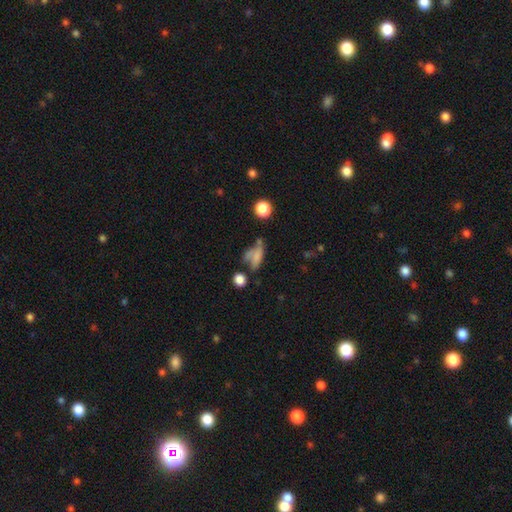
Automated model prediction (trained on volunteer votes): Morphology: type=smooth (60%); roundness=in between (61%); merging=none (34%).